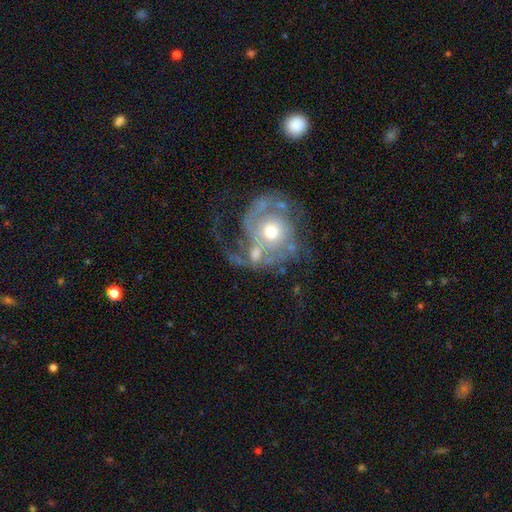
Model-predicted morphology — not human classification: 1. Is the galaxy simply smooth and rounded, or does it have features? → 78% featured or disk, 15% smooth, 7% star or artifact.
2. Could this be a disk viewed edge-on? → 97% no, 3% yes.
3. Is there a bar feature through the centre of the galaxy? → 81% no, 15% weak, 4% strong.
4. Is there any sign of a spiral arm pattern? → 82% yes, 18% no.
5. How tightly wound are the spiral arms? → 35% medium (tied), 35% tight (tied), 30% loose.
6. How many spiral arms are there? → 43% 2, 21% can't tell, 20% 1, 8% 3, 4% 4, 4% more than 4.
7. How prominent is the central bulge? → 67% moderate, 21% small, 9% large, 2% none, 1% dominant.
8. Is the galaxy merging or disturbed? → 36% major disturbance, 30% none, 18% merger, 16% minor disturbance.